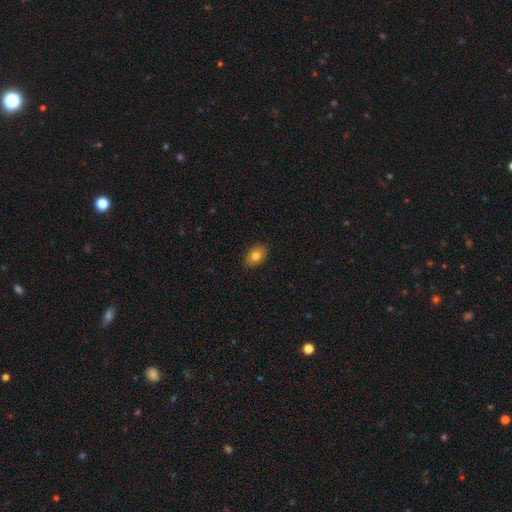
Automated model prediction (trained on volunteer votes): A smooth galaxy with no disk features (80%) that is in between round and cigar-shaped (85%). Merging: none (88%).